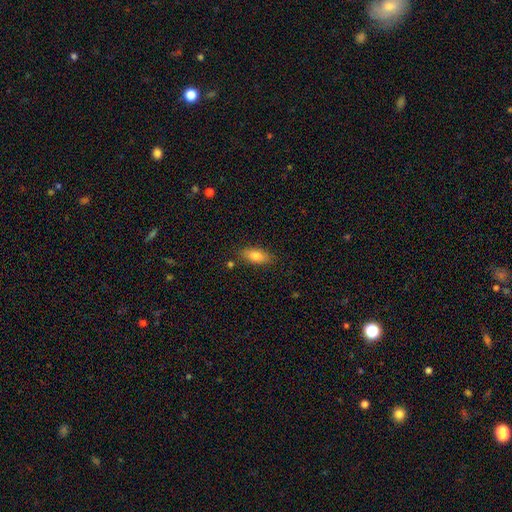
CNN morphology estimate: smooth-or-featured: smooth: 80% | featured or disk: 12% | star or artifact: 8%
  how-rounded: in between: 83% | cigar-shaped: 13% | round: 4%
  merging: none: 82% | minor disturbance: 12% | merger: 3% | major disturbance: 3%